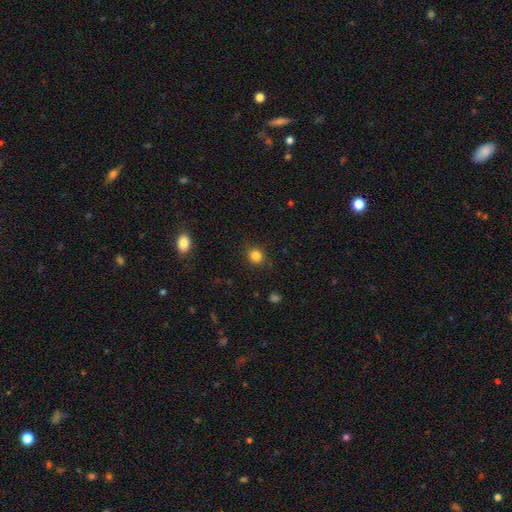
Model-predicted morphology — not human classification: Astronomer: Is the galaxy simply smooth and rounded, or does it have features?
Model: smooth — 84%.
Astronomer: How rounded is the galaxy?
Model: round — 85%.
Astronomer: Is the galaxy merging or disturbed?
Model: none — 89%.